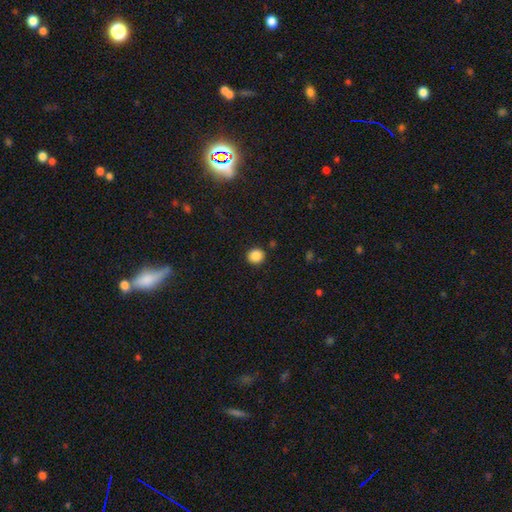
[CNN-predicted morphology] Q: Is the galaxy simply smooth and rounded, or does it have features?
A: smooth — 86%.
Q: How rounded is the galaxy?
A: round — 87%.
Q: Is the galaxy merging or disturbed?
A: none — 90%.